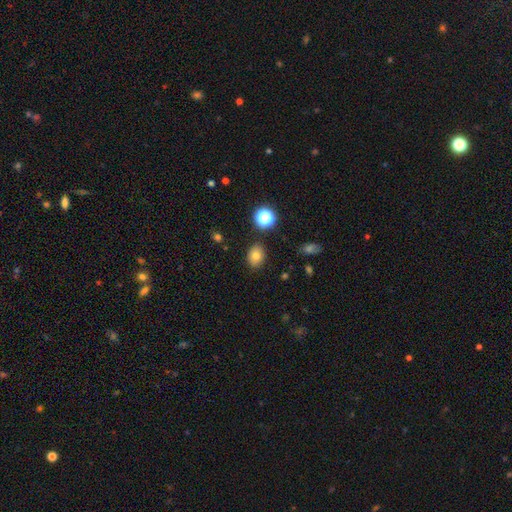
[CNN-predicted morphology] Smooth or featured? smooth (76%)
How rounded? in between (62%)
Merging? none (86%)